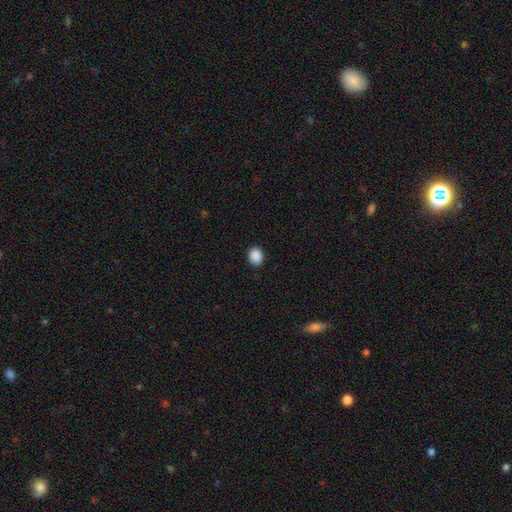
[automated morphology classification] The model was most divided on "how rounded": in between: 51%, round: 48%, cigar-shaped: 1%. More confident: smooth or featured — smooth (90%); merging — none (89%).